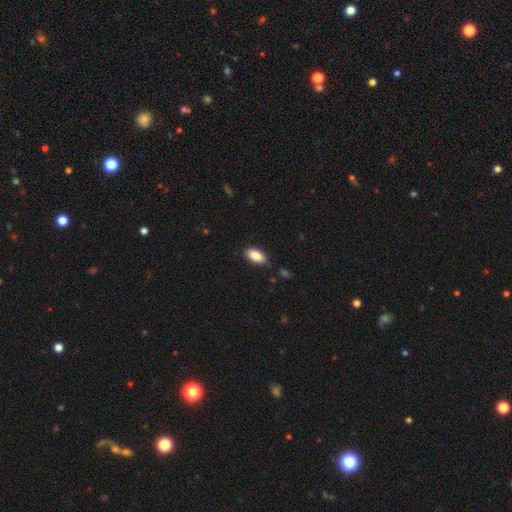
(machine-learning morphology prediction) Smooth or featured? smooth (86%)
How rounded? in between (91%)
Merging? none (81%)